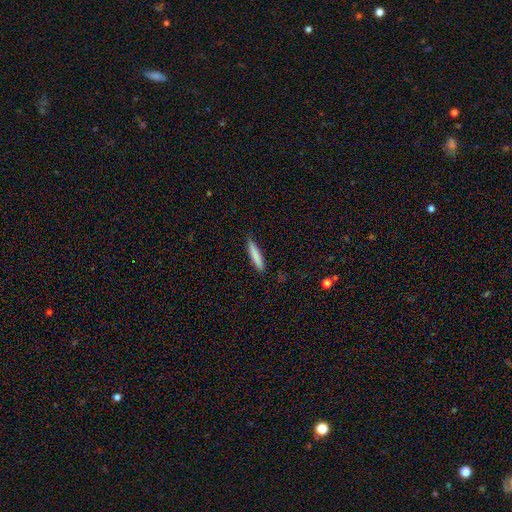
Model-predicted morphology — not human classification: This is clearly a smooth galaxy (83%). How rounded: clearly cigar-shaped (89%). Merging: clearly none (88%).